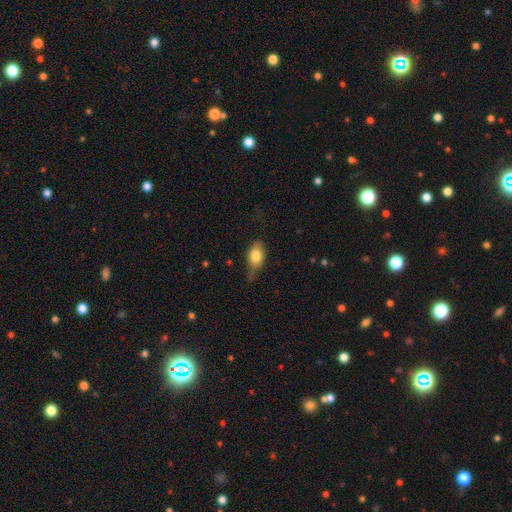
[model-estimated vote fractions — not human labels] A smooth galaxy with no disk features (79%) that is in between round and cigar-shaped (85%). Merging: none (57%).